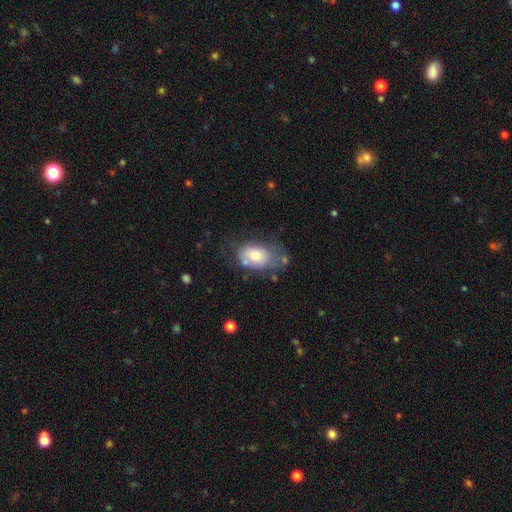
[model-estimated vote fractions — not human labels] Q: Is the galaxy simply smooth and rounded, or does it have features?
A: smooth — 69%.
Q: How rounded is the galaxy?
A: in between — 87%.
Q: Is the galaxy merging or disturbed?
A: none — 49%.